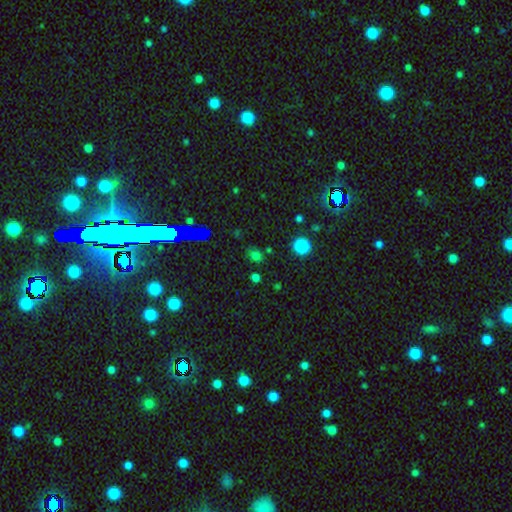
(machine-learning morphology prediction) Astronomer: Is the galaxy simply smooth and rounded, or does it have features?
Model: smooth — 62%.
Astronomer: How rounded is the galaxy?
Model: round — 61% (runner-up: in between, 37%).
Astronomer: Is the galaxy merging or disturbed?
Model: none — 78%.